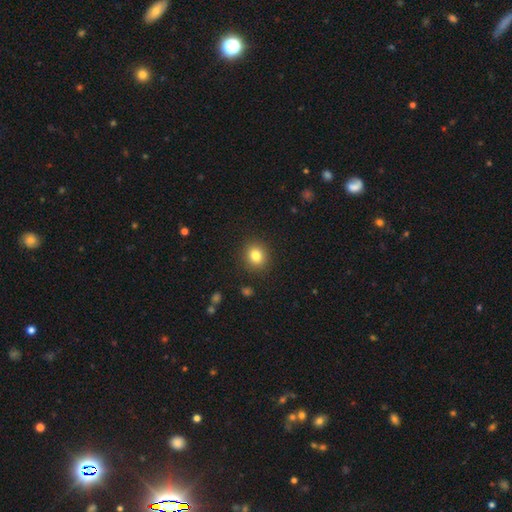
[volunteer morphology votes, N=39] type=smooth (87%); roundness=round (76%); merging=none (97%).